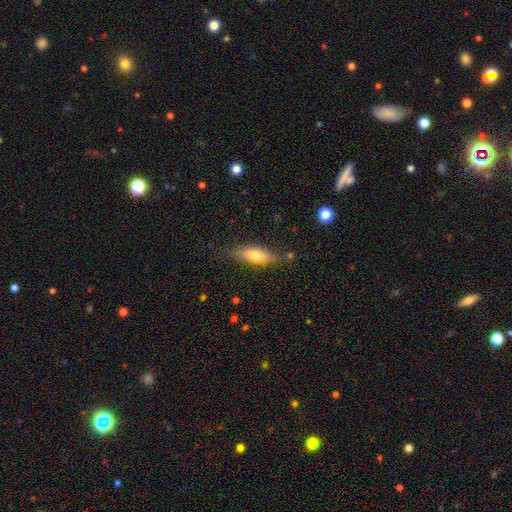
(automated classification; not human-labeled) smooth-or-featured: smooth: 64% | featured or disk: 30% | star or artifact: 7%
  how-rounded: in between: 55% | cigar-shaped: 43% | round: 3%
  merging: none: 74% | minor disturbance: 18% | major disturbance: 5% | merger: 3%